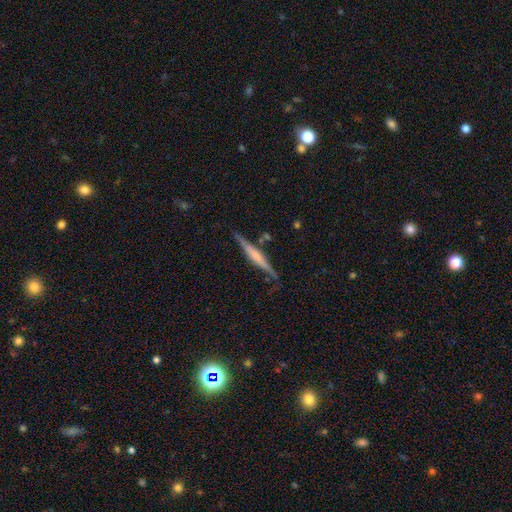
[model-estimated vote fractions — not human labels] A featured or disk galaxy (62%) viewed edge-on (97%) with a rounded central bulge (35%).

Vote fractions:
- Smooth or featured? featured or disk: 62% / smooth: 32% / star or artifact: 6%
- Edge-on disk? yes: 97% / no: 3%
- Edge-on bulge? rounded: 35% / none: 33% / boxy: 32%
- Merging? none: 82% / minor disturbance: 12% / merger: 3% / major disturbance: 2%